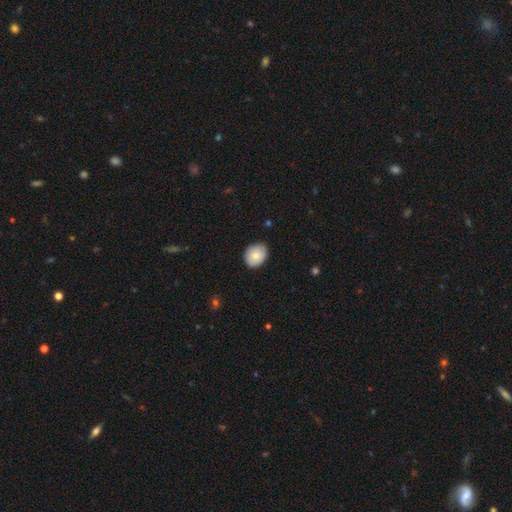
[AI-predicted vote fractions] Q: Smooth or featured?
A: smooth (78%); runner-up: featured or disk (14%)
Q: How rounded?
A: round (52%); runner-up: in between (48%)
Q: Merging?
A: none (77%); runner-up: minor disturbance (19%)